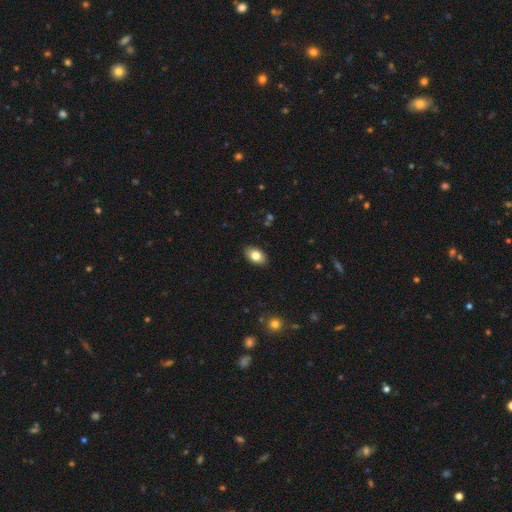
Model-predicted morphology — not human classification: smooth 80%, featured or disk 13%, star or artifact 8%. Down the decision tree: how rounded — in between (89%); merging — none (88%).